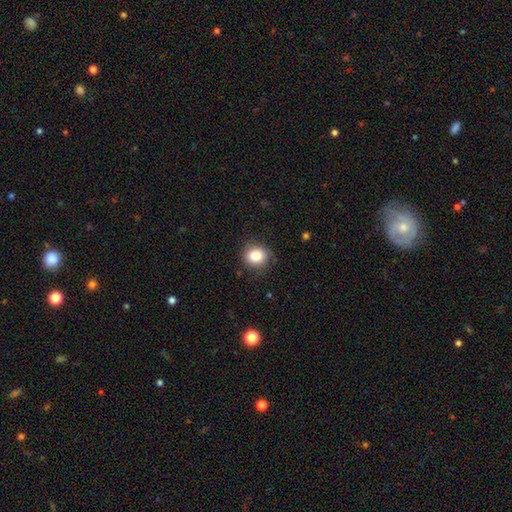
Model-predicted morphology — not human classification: Smooth or featured?
  - smooth: 85% *
  - star or artifact: 10%
  - featured or disk: 6%
How rounded?
  - round: 77% *
  - in between: 22%
  - cigar-shaped: 1%
Merging?
  - none: 82% *
  - minor disturbance: 13%
  - major disturbance: 4%
  - merger: 1%